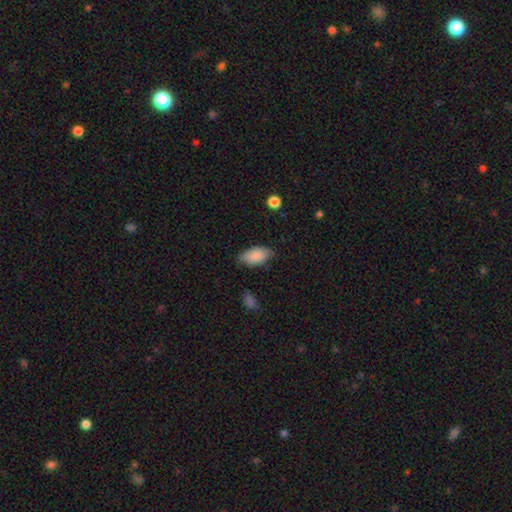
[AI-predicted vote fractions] Smooth or featured?
  - smooth: 88% *
  - star or artifact: 7%
  - featured or disk: 6%
How rounded?
  - in between: 94% *
  - cigar-shaped: 3%
  - round: 3%
Merging?
  - none: 75% *
  - minor disturbance: 20%
  - major disturbance: 4%
  - merger: 2%